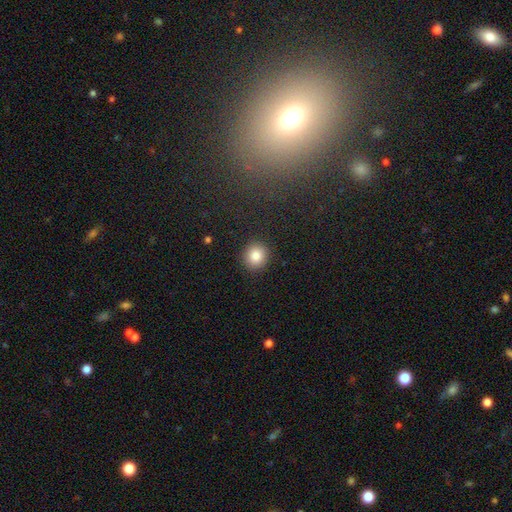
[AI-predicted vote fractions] Smooth or featured? Predicted: smooth (p=0.85). How rounded? Predicted: round (p=0.91). Merging? Predicted: none (p=0.91).